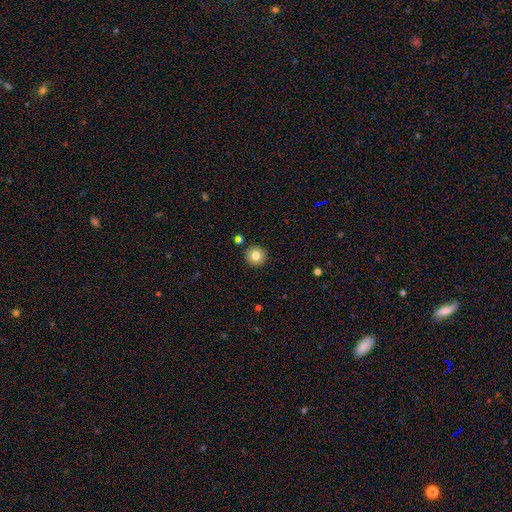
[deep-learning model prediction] This is clearly a smooth galaxy (81%). How rounded: clearly round (95%). Merging: clearly none (90%).